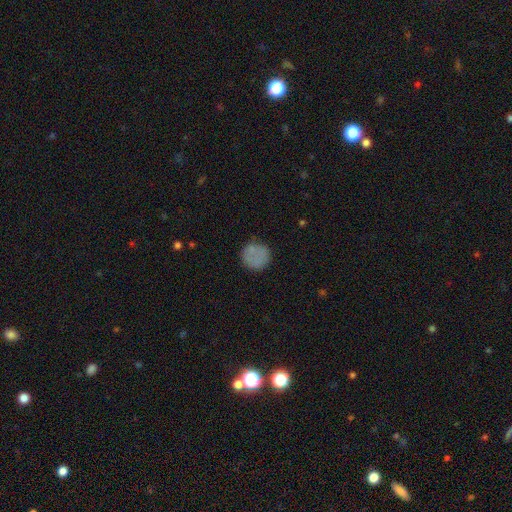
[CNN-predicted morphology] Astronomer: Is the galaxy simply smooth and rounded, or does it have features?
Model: smooth — 77%.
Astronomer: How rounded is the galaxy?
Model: round — 91%.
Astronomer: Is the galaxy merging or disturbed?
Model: none — 75%.